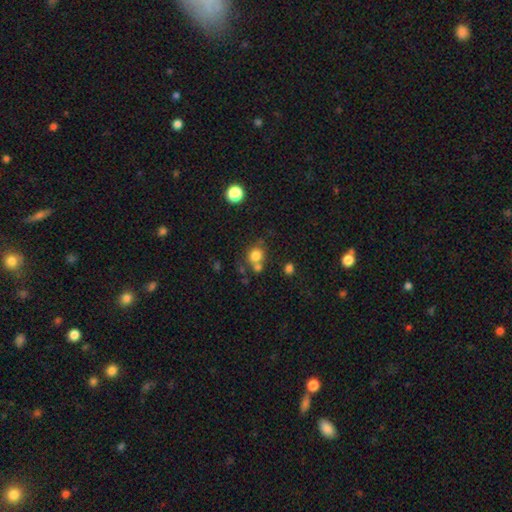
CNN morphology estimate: The model was most divided on "merging": none: 53%, merger: 30%, minor disturbance: 12%, major disturbance: 5%. More confident: how rounded — round (78%); smooth or featured — smooth (78%).